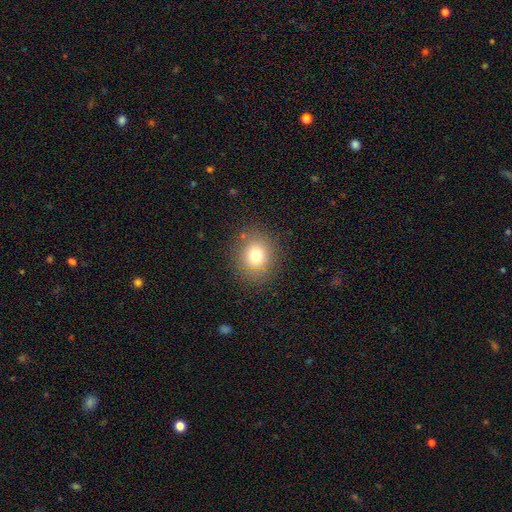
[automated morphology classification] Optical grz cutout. It shows a smooth galaxy with no disk features (75%) that is round (74%). Merging: none (84%).